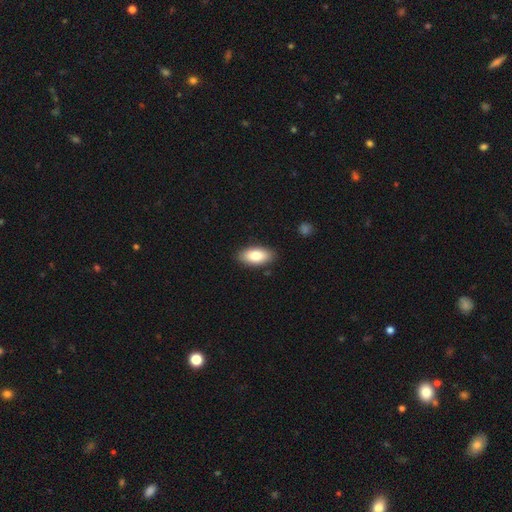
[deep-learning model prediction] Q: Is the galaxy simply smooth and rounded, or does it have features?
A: smooth — 81%.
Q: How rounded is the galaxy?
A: in between — 92%.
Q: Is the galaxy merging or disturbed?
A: none — 87%.